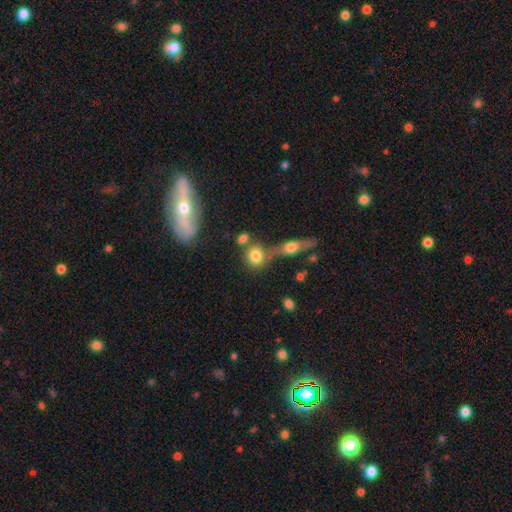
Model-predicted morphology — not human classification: This is likely a smooth galaxy (78%). How rounded: likely round (74%). Merging: possibly none (53%).